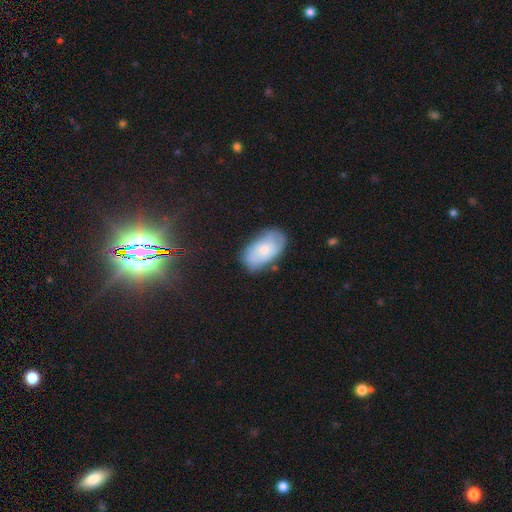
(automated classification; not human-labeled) Smooth or featured? smooth (59%)
How rounded? in between (93%)
Merging? none (63%)